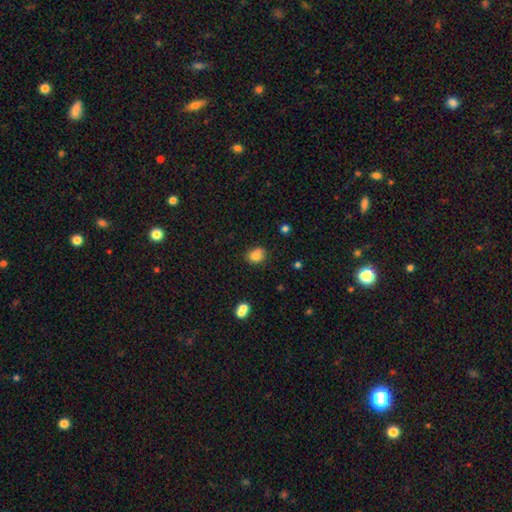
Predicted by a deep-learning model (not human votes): Smooth or featured?
  - smooth: 83% *
  - star or artifact: 10%
  - featured or disk: 7%
How rounded?
  - round: 54% *
  - in between: 45%
  - cigar-shaped: 1%
Merging?
  - none: 81% *
  - minor disturbance: 14%
  - major disturbance: 3%
  - merger: 3%